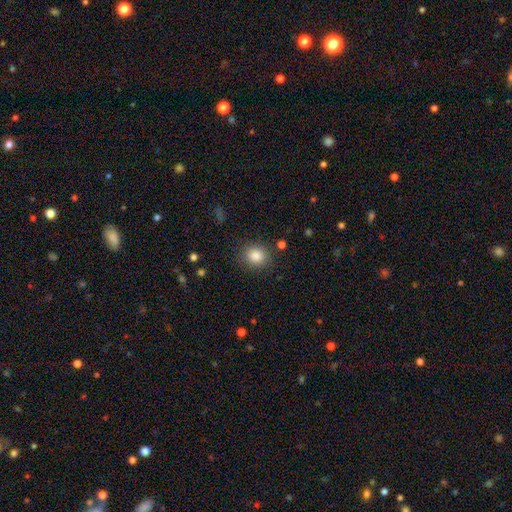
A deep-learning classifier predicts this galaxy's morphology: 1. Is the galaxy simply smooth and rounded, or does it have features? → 85% smooth, 10% star or artifact, 5% featured or disk.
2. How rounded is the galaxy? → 78% round, 21% in between, 1% cigar-shaped.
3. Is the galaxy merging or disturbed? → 86% none, 9% minor disturbance, 3% major disturbance, 2% merger.